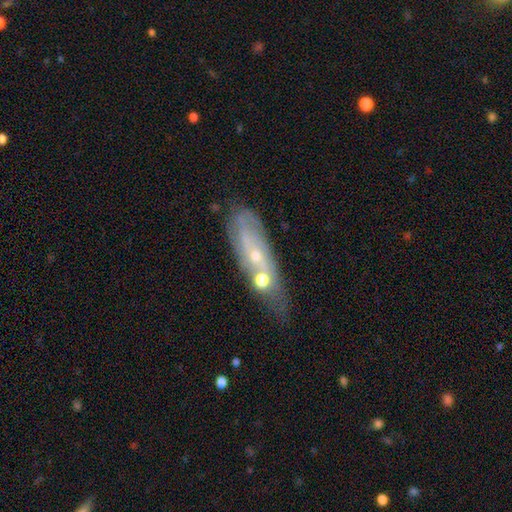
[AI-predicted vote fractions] Smooth or featured: featured or disk — 64% (smooth — 26%)
Edge-on disk: no — 77% (yes — 23%)
Merging: none — 48% (merger — 23%)